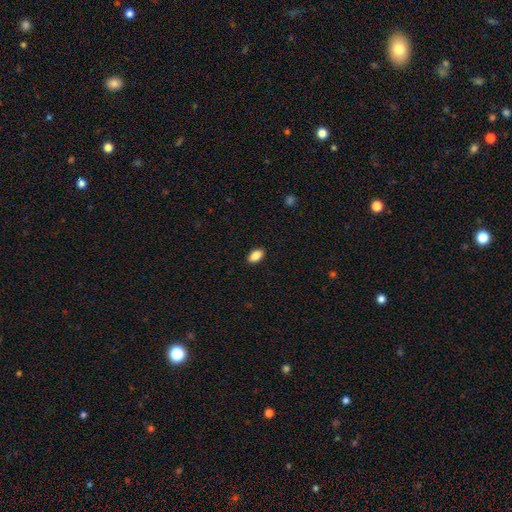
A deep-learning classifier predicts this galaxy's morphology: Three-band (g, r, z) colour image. It shows a smooth galaxy with no disk features (88%) that is in between round and cigar-shaped (92%). Merging: none (90%).